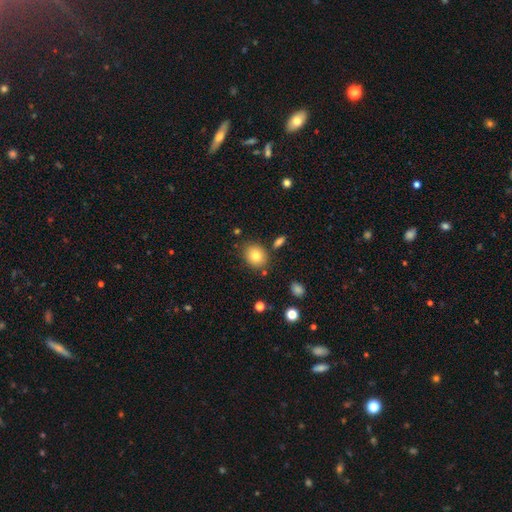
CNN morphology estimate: The model was most divided on "how rounded": round: 64%, in between: 35%, cigar-shaped: 1%. More confident: merging — none (82%); smooth or featured — smooth (81%).